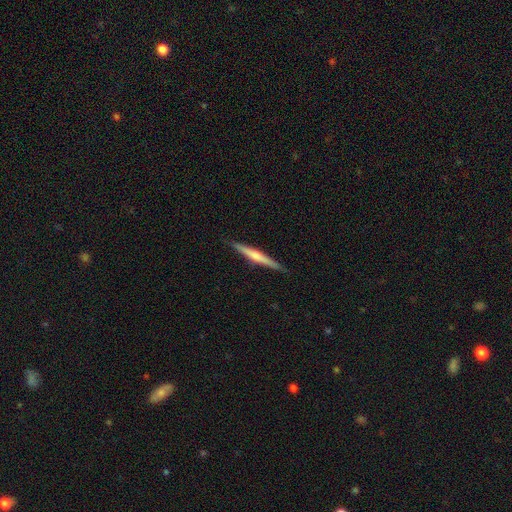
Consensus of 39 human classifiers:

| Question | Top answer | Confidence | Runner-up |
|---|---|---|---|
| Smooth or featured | featured or disk | 62% | smooth (33%) |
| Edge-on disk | yes | 100% | — |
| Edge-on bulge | rounded | 71% | none (21%) |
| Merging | none | 92% | major disturbance (5%) |